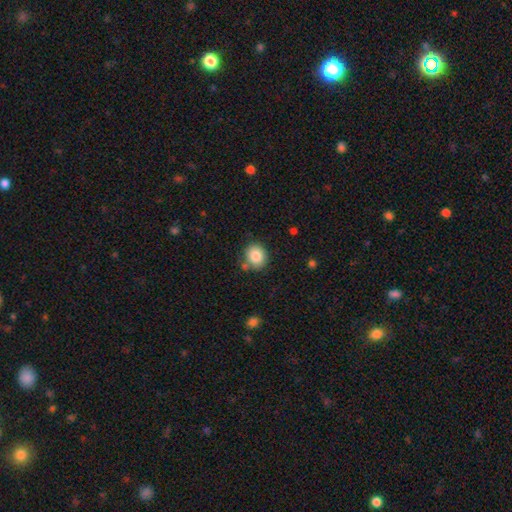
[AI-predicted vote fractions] Smooth or featured? smooth (84%)
How rounded? round (73%)
Merging? none (79%)